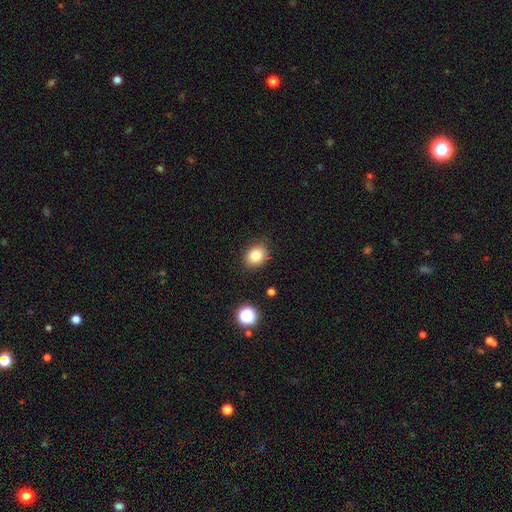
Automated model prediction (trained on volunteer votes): smooth-or-featured: smooth: 82% | star or artifact: 11% | featured or disk: 7%
  how-rounded: in between: 50% | round: 49% | cigar-shaped: 1%
  merging: none: 87% | minor disturbance: 9% | major disturbance: 2% | merger: 1%